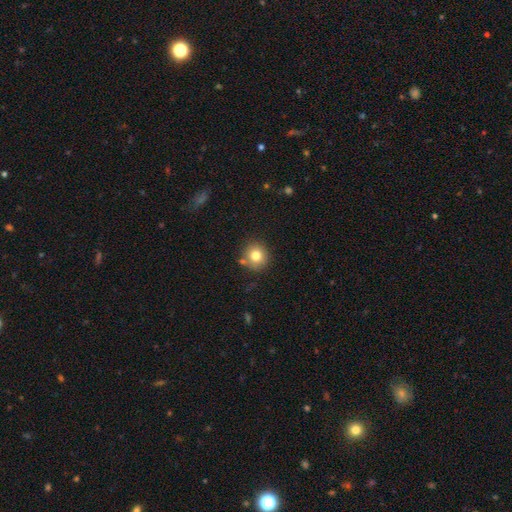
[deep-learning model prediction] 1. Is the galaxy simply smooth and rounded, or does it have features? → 78% smooth, 12% star or artifact, 10% featured or disk.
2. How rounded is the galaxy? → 88% round, 11% in between, 1% cigar-shaped.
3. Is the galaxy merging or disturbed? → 80% none, 11% minor disturbance, 6% merger, 3% major disturbance.